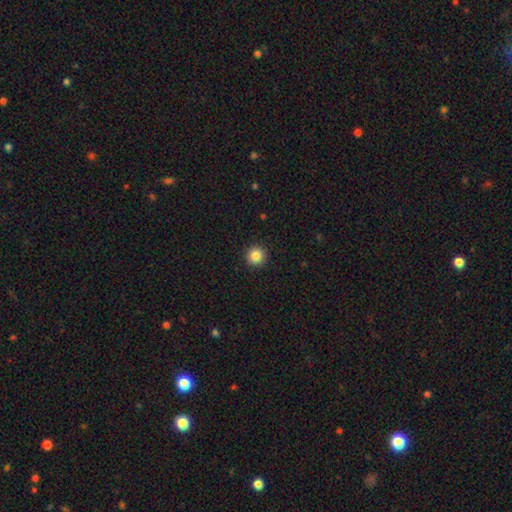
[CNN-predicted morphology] The model was most divided on "smooth or featured": smooth: 85%, star or artifact: 11%, featured or disk: 5%. More confident: how rounded — round (96%); merging — none (93%).